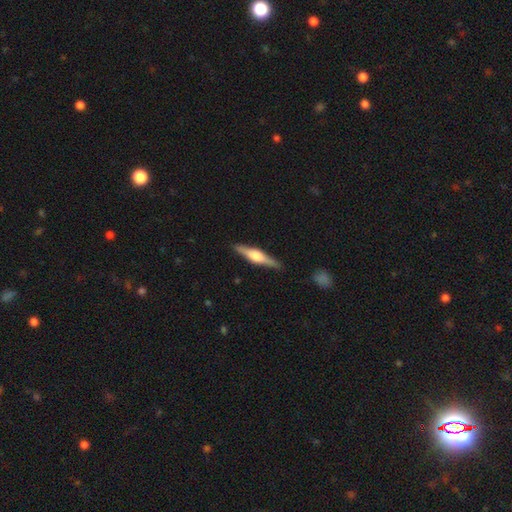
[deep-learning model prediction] featured or disk 68%, smooth 26%, star or artifact 5%. Down the decision tree: edge-on disk — yes (97%); edge-on bulge — rounded (86%); merging — none (90%).